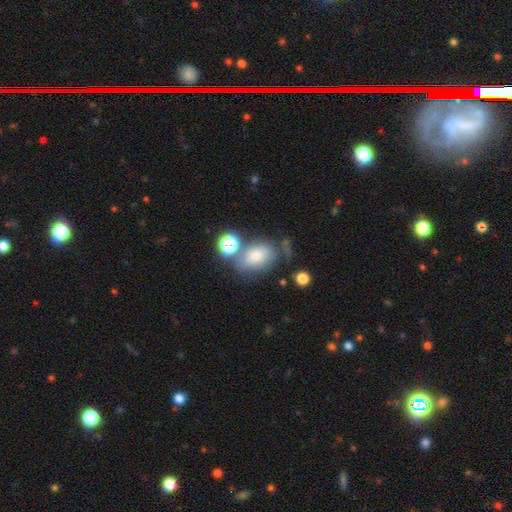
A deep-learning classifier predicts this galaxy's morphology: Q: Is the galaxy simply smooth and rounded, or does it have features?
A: smooth — 71%.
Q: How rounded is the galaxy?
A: in between — 63%.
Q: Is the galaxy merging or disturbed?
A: none — 50%.